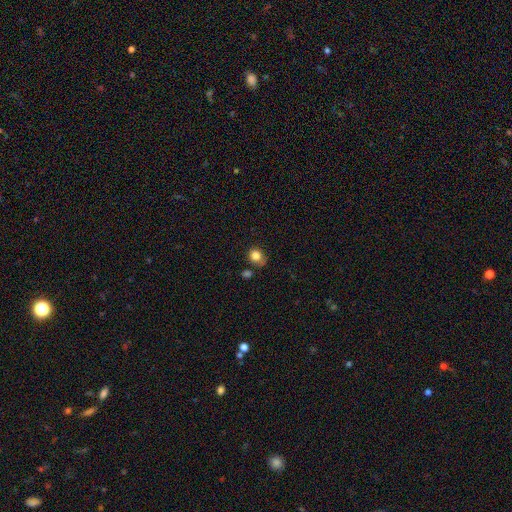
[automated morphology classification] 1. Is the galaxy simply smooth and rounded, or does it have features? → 82% smooth, 10% star or artifact, 7% featured or disk.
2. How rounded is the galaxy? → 68% round, 31% in between, 1% cigar-shaped.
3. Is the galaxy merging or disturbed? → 61% none, 23% minor disturbance, 8% merger, 7% major disturbance.